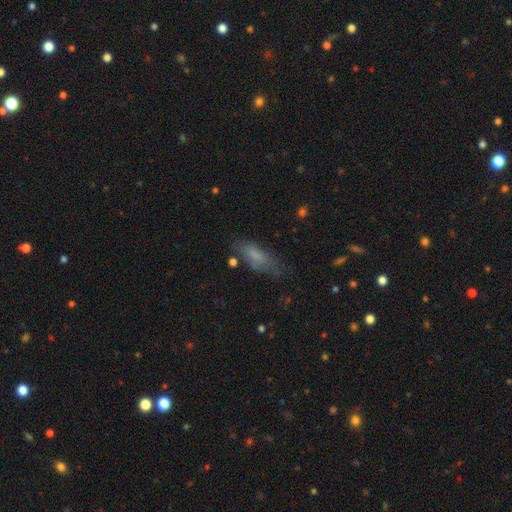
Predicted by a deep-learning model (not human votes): Smooth or featured? smooth (73%)
How rounded? in between (61%)
Merging? none (63%)